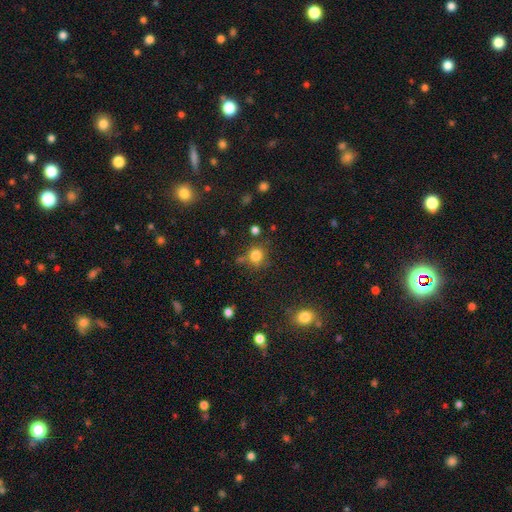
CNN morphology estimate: Smooth or featured? Predicted: smooth (p=0.80). How rounded? Predicted: round (p=0.88). Merging? Predicted: none (p=0.72).